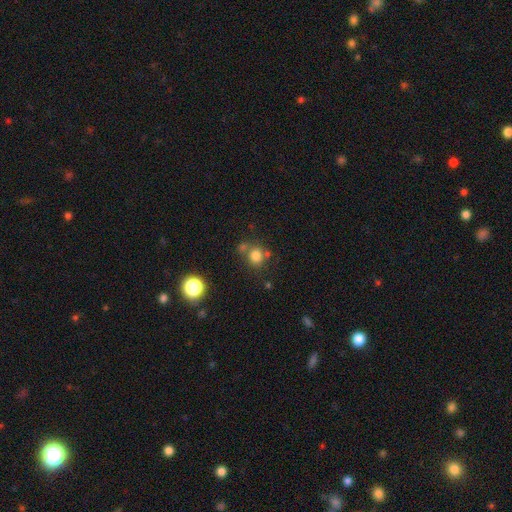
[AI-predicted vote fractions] Smooth or featured: smooth — 78% (star or artifact — 14%)
How rounded: round — 82% (in between — 17%)
Merging: none — 62% (merger — 21%)